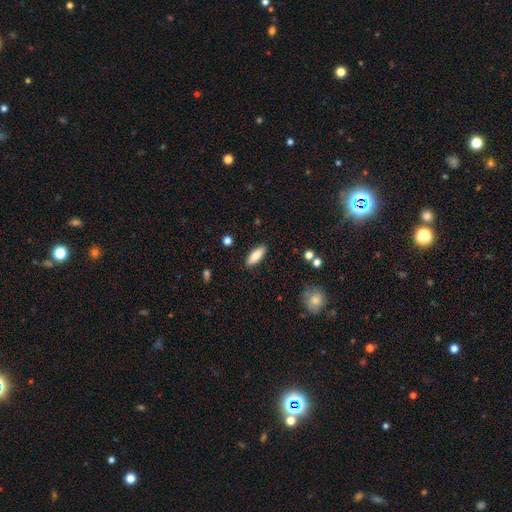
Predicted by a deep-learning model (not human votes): Smooth or featured: smooth — 82% (featured or disk — 12%)
How rounded: in between — 63% (cigar-shaped — 35%)
Merging: none — 89% (minor disturbance — 8%)